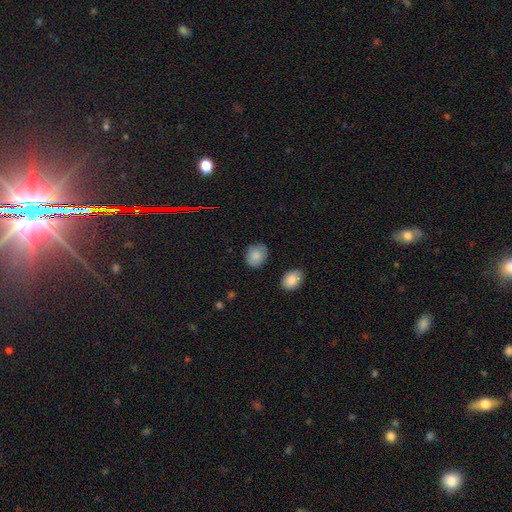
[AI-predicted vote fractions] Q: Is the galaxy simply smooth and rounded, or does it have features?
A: smooth — 84%.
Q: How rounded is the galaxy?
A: round — 52%.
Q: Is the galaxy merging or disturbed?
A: none — 77%.